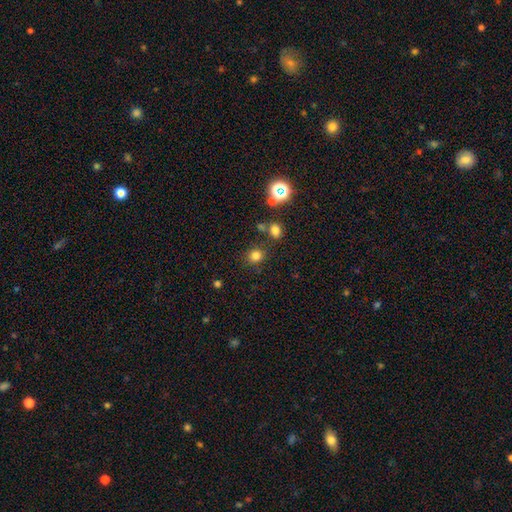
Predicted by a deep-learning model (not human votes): The model was most divided on "smooth or featured": smooth: 78%, star or artifact: 16%, featured or disk: 5%. More confident: how rounded — round (85%); merging — none (81%).